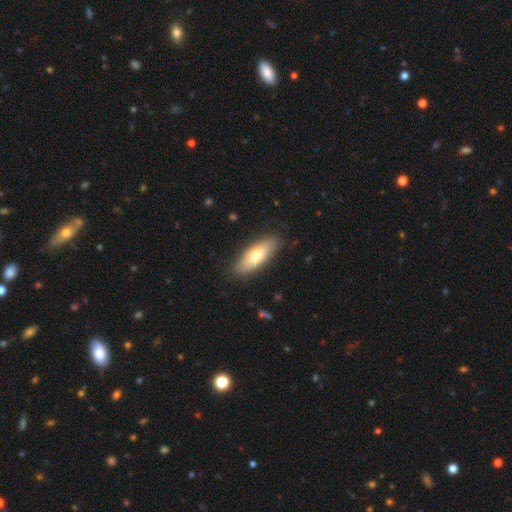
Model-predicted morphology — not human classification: type=smooth (72%); roundness=in between (67%); merging=none (88%).